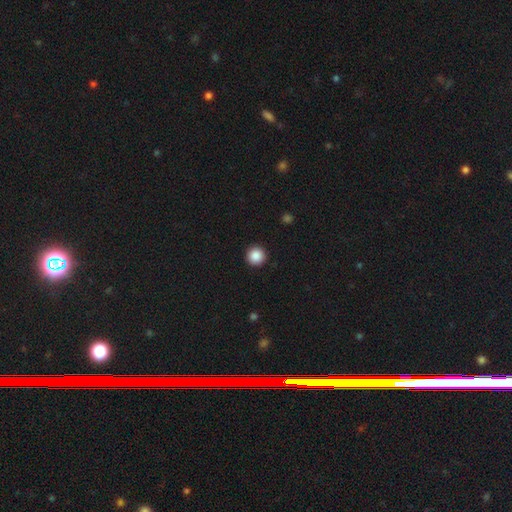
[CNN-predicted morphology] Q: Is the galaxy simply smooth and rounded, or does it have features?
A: smooth — 88%.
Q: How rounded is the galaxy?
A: round — 96%.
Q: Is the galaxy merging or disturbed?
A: none — 93%.